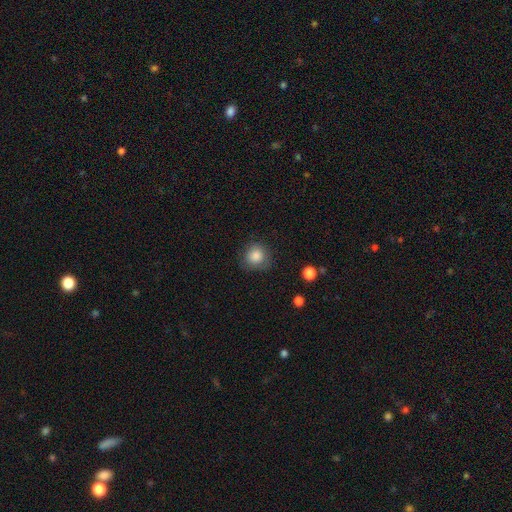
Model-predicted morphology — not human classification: smooth-or-featured: smooth: 85% | star or artifact: 9% | featured or disk: 6%
  how-rounded: round: 86% | in between: 13% | cigar-shaped: 1%
  merging: none: 75% | minor disturbance: 18% | major disturbance: 5% | merger: 1%